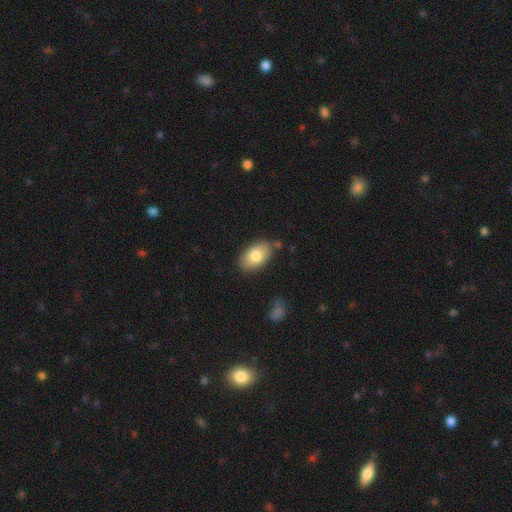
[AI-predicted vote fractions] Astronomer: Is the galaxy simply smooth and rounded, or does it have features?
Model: smooth — 78%.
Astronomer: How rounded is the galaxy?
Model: in between — 92%.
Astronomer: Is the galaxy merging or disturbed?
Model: none — 80%.